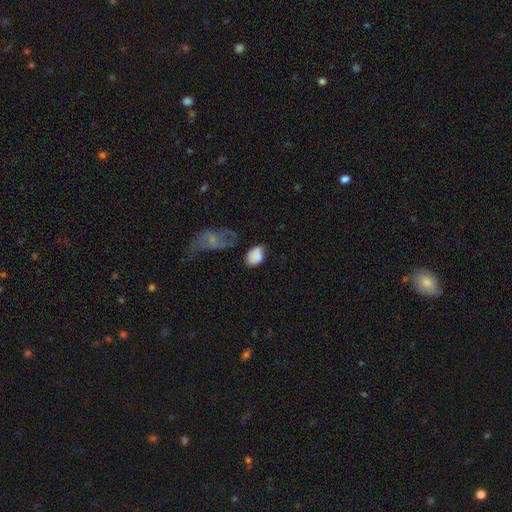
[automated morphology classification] Smooth or featured?
  - smooth: 80% *
  - featured or disk: 12%
  - star or artifact: 9%
How rounded?
  - in between: 81% *
  - round: 18%
  - cigar-shaped: 1%
Merging?
  - none: 44% *
  - minor disturbance: 30%
  - major disturbance: 15%
  - merger: 11%